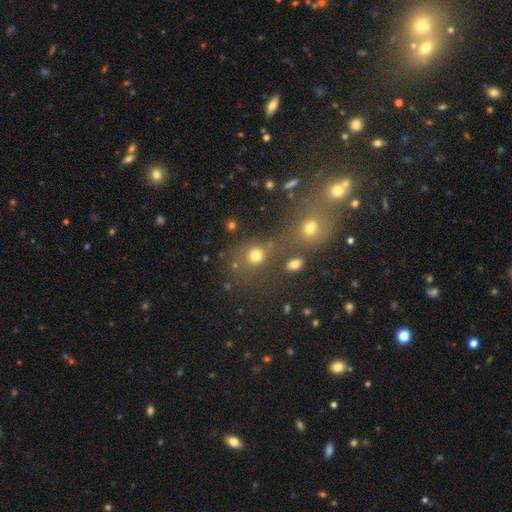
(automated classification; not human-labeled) A smooth galaxy with no disk features (74%) that is round (77%). Merging: none (58%).